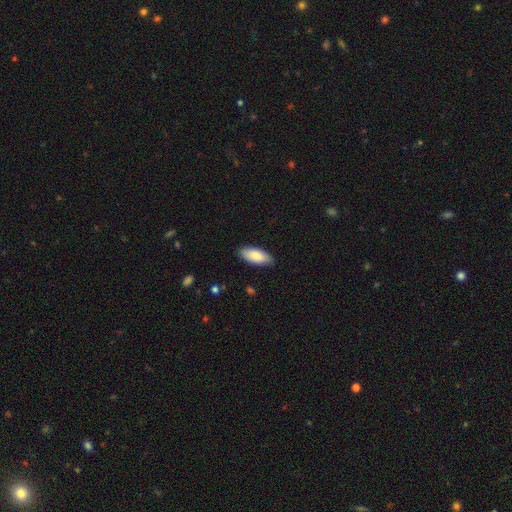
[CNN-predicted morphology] smooth_or_featured: smooth (p=0.84) [alt: featured or disk p=0.10]
how_rounded: in between (p=0.84) [alt: cigar-shaped p=0.14]
merging: none (p=0.85) [alt: minor disturbance p=0.12]